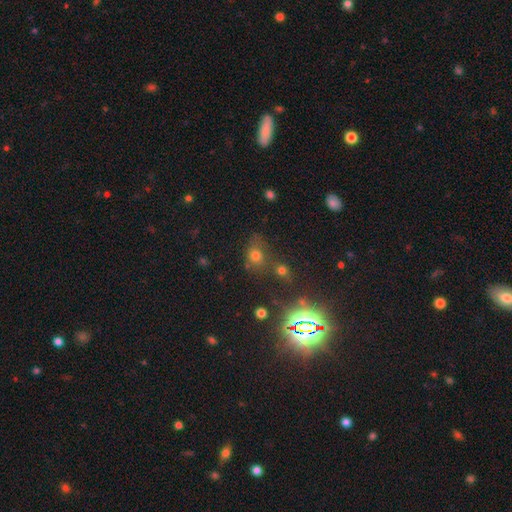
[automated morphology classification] Smooth or featured? smooth (58%)
How rounded? round (61%)
Merging? none (57%)